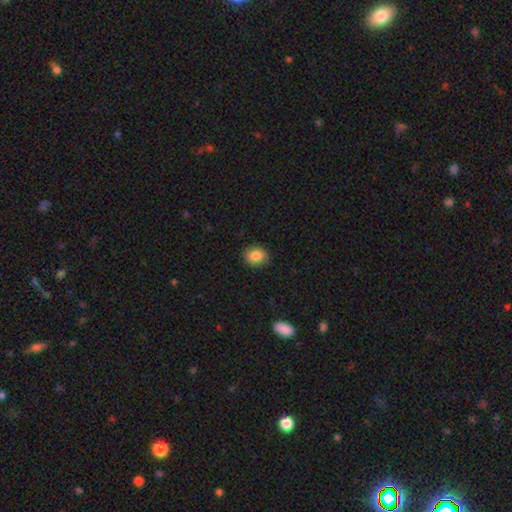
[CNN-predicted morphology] This appears to be a smooth galaxy with no disk features (86%) that is in between round and cigar-shaped (50%). Merging: none (88%).